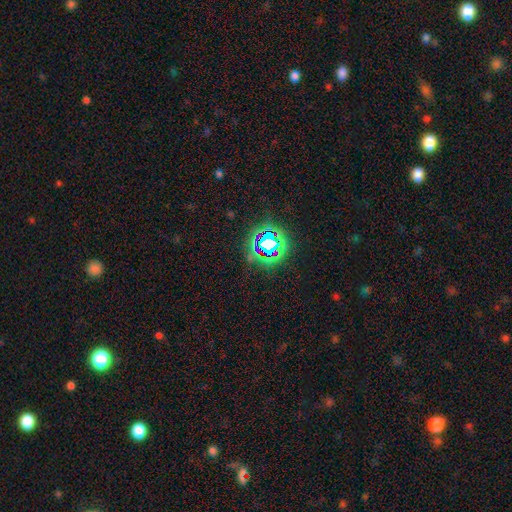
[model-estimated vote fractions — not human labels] smooth-or-featured: star or artifact: 76% | smooth: 17% | featured or disk: 8%